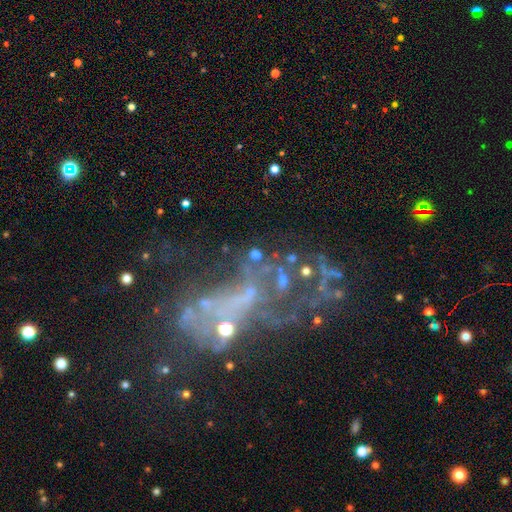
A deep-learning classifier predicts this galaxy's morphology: Smooth or featured? featured or disk (47%)
Merging? none (43%)